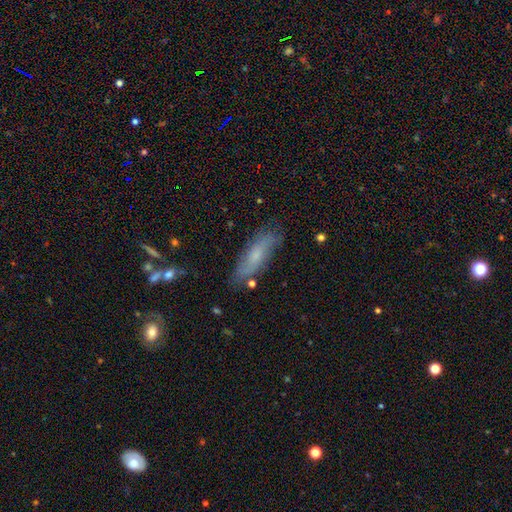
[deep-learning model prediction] Smooth or featured?
  - smooth: 53% *
  - featured or disk: 38%
  - star or artifact: 9%
How rounded?
  - cigar-shaped: 51% *
  - in between: 46%
  - round: 2%
Merging?
  - none: 75% *
  - minor disturbance: 18%
  - major disturbance: 4%
  - merger: 2%